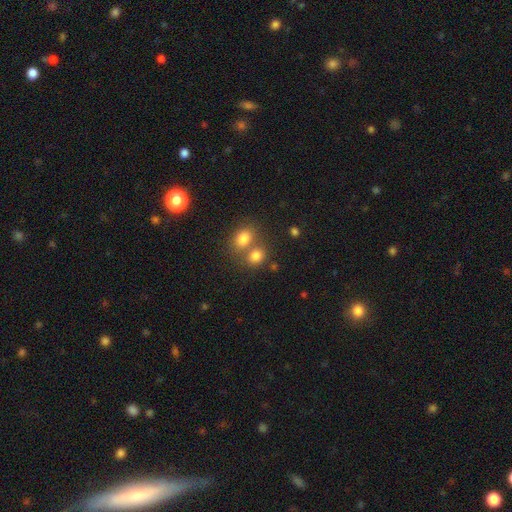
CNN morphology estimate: This is likely a smooth galaxy (79%). How rounded: likely round (60%). Merging: possibly merger (45%).